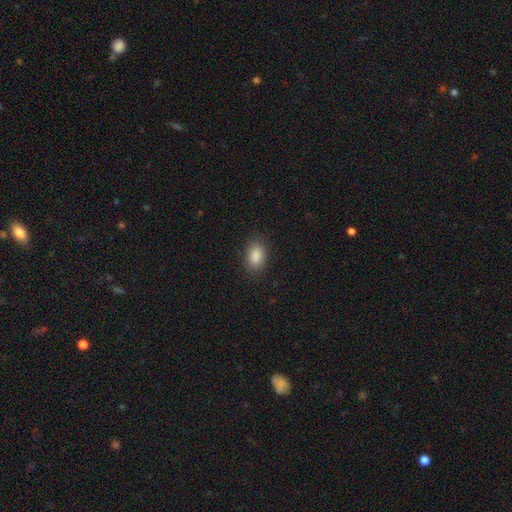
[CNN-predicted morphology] A smooth galaxy with no disk features (88%) that is in between round and cigar-shaped (87%).

Vote fractions:
- Smooth or featured? smooth: 88% / star or artifact: 8% / featured or disk: 3%
- How rounded? in between: 87% / round: 11% / cigar-shaped: 2%
- Merging? none: 87% / minor disturbance: 9% / major disturbance: 3% / merger: 1%